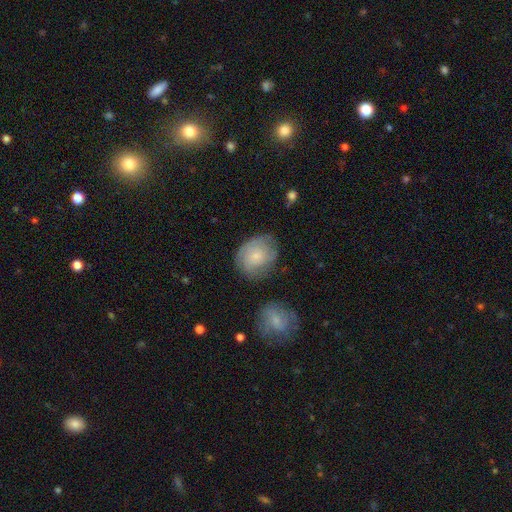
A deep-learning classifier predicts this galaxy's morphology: This is possibly a featured or disk galaxy (54%). It is clearly not viewed edge-on (97%). Bar: likely no (79%). Spiral arm pattern: clearly yes (87%). Central bulge: likely small (73%). Merging: likely none (70%).